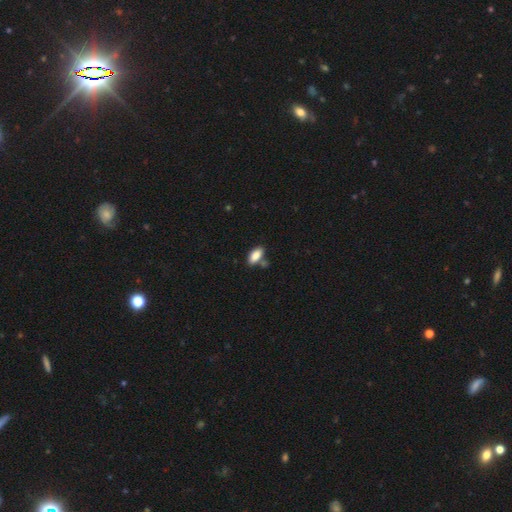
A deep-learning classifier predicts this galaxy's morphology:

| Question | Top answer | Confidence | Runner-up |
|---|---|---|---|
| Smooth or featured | smooth | 86% | star or artifact (8%) |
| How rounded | in between | 91% | cigar-shaped (7%) |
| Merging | none | 66% | merger (16%) |